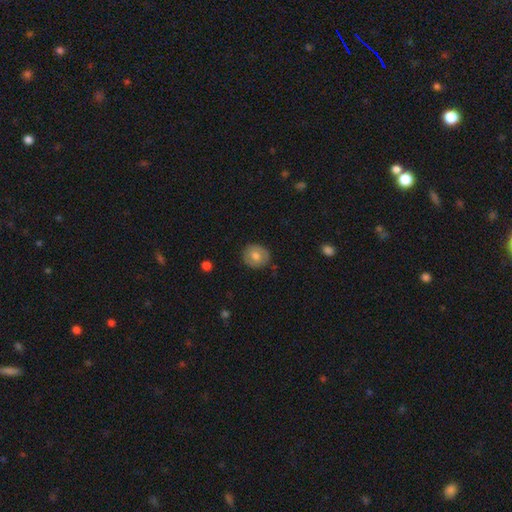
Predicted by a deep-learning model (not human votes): A smooth galaxy with no disk features (68%) that is round (82%).

Vote fractions:
- Smooth or featured? smooth: 68% / featured or disk: 24% / star or artifact: 8%
- How rounded? round: 82% / in between: 17% / cigar-shaped: 1%
- Merging? none: 85% / minor disturbance: 12% / major disturbance: 3% / merger: 1%